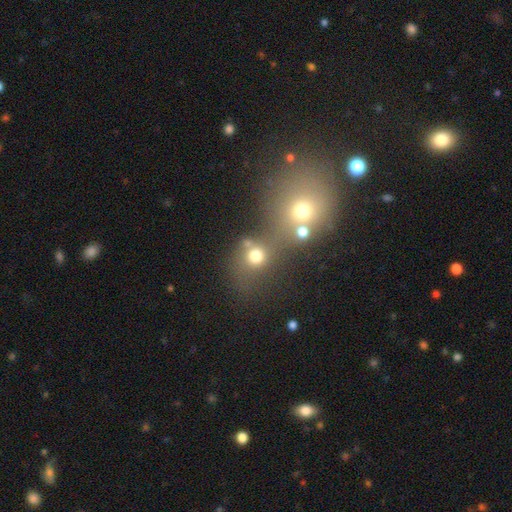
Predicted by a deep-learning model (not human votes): Overall: smooth (71%). How rounded: round (79%). Merging: merger (43%; none 41%).